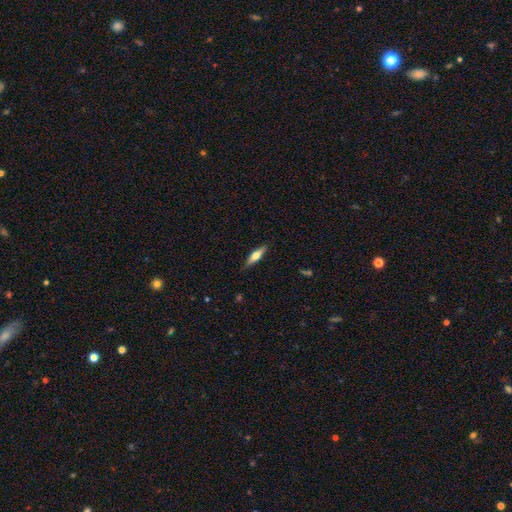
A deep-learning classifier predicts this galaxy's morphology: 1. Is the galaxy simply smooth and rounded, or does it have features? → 50% featured or disk, 44% smooth, 6% star or artifact.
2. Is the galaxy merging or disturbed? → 88% none, 9% minor disturbance, 2% major disturbance, 1% merger.